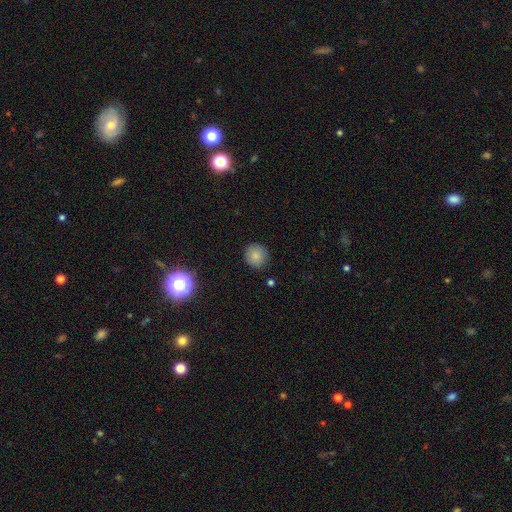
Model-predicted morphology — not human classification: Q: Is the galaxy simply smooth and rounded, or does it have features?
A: smooth — 83%.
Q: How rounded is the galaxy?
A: round — 92%.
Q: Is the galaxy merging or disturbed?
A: none — 88%.